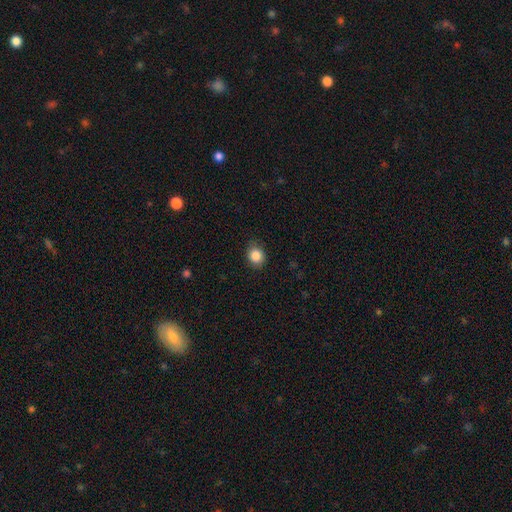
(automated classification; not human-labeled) smooth 86%, star or artifact 9%, featured or disk 4%. Down the decision tree: how rounded — round (71%); merging — none (83%).